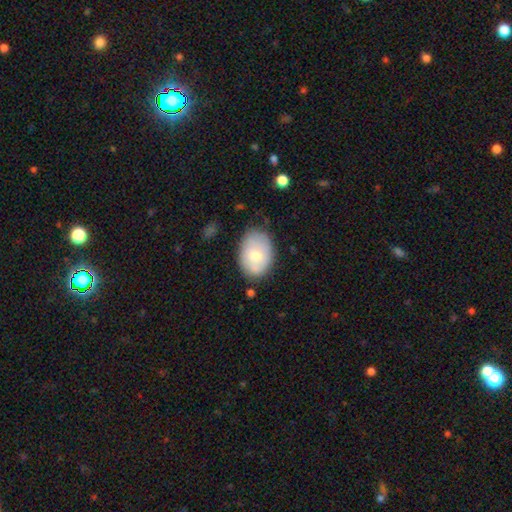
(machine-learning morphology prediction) A smooth galaxy with no disk features (68%) that is in between round and cigar-shaped (78%). Merging: none (74%).